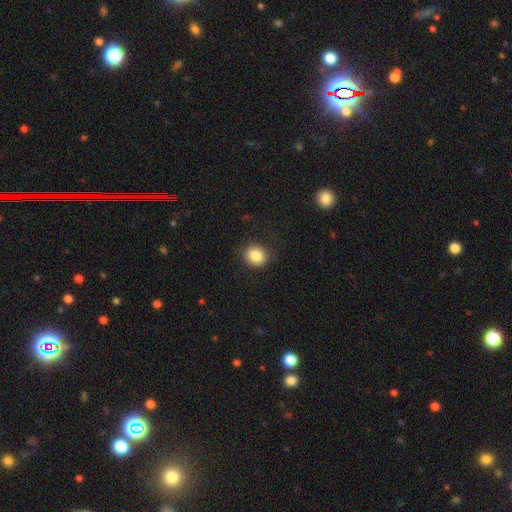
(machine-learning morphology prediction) A smooth galaxy with no disk features (85%) that is round (77%).

Vote fractions:
- Smooth or featured? smooth: 85% / star or artifact: 9% / featured or disk: 5%
- How rounded? round: 77% / in between: 22% / cigar-shaped: 1%
- Merging? none: 86% / minor disturbance: 10% / major disturbance: 3% / merger: 1%